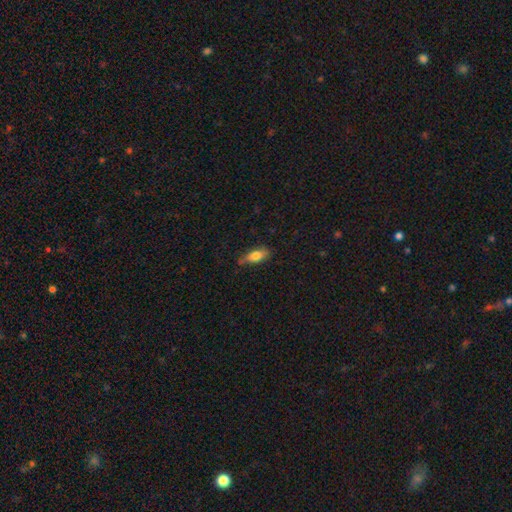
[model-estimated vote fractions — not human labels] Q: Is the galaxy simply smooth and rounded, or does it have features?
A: smooth — 77%.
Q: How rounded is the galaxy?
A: in between — 75%.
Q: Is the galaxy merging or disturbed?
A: none — 68%.